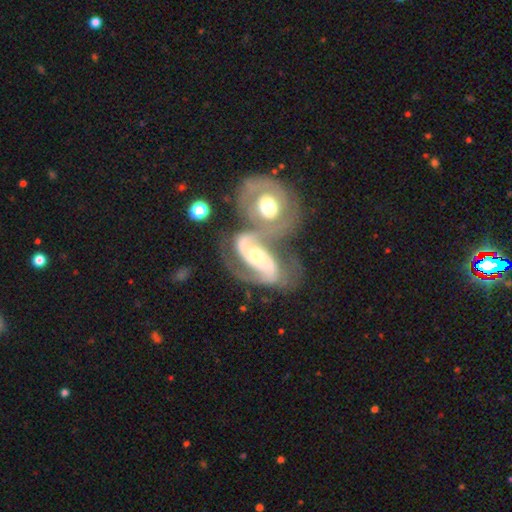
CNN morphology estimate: Smooth or featured? featured or disk (88%)
Edge-on disk? no (96%)
Bar? no (36%)
Spiral arms? yes (96%)
Spiral winding? medium (52%)
Spiral arm count? 2 (89%)
Bulge size? moderate (64%)
Merging? merger (56%)